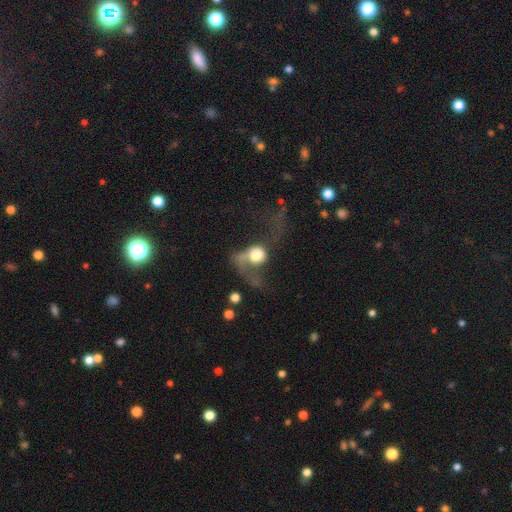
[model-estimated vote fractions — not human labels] smooth_or_featured: smooth (p=0.50) [alt: featured or disk p=0.40]
how_rounded: round (p=0.68) [alt: in between p=0.30]
merging: major disturbance (p=0.61) [alt: none p=0.17]